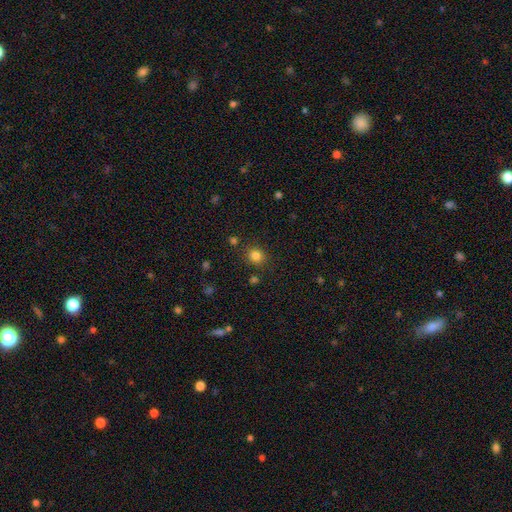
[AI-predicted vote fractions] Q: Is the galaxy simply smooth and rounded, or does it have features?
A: smooth — 82%.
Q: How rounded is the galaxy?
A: round — 81%.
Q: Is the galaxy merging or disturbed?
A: none — 85%.